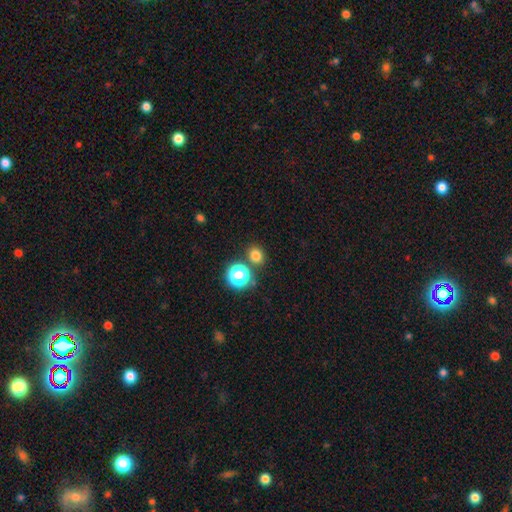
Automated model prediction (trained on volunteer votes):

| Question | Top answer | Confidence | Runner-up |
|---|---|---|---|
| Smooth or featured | smooth | 76% | star or artifact (19%) |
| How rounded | round | 77% | in between (22%) |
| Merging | none | 79% | merger (11%) |